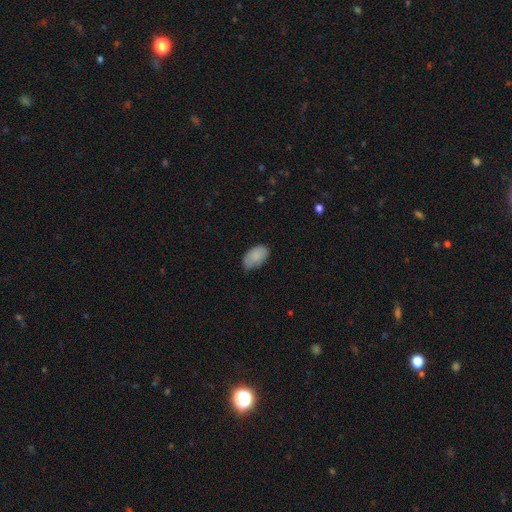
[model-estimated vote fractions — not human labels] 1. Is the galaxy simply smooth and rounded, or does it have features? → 85% smooth, 8% featured or disk, 7% star or artifact.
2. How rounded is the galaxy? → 93% in between, 5% round, 1% cigar-shaped.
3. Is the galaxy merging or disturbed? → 58% none, 34% minor disturbance, 6% major disturbance, 2% merger.